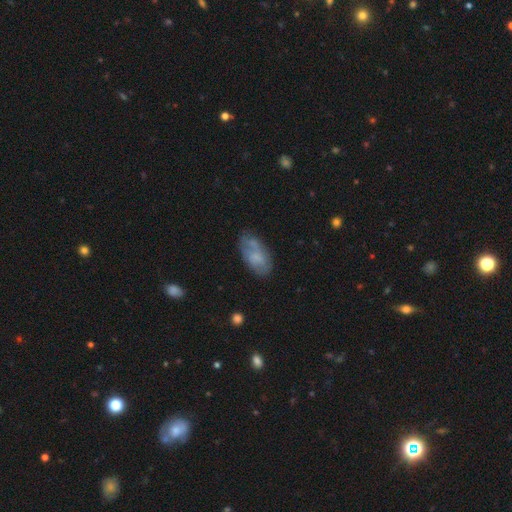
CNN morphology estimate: smooth-or-featured: smooth: 57% | featured or disk: 35% | star or artifact: 8%
  how-rounded: in between: 92% | cigar-shaped: 4% | round: 3%
  merging: none: 58% | minor disturbance: 27% | major disturbance: 10% | merger: 5%